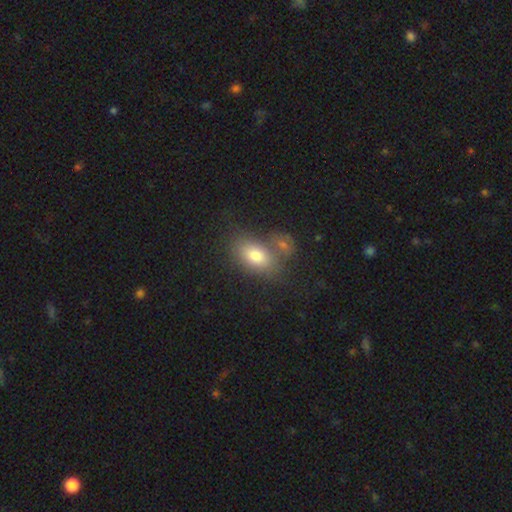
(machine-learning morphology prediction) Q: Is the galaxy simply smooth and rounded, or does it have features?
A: smooth — 77%.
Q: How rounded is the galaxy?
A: in between — 86%.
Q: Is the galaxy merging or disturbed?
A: none — 52%.